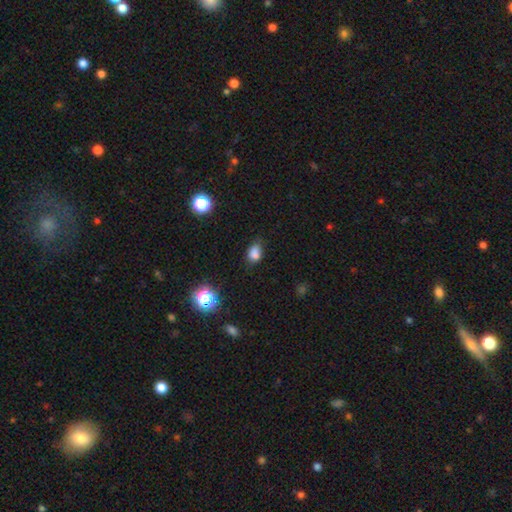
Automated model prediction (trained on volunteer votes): This is likely a smooth galaxy (78%). How rounded: likely in between (72%). Merging: likely none (62%).